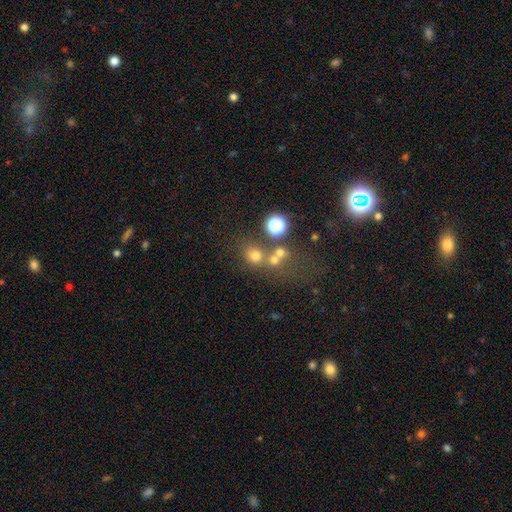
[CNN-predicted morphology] The model was most divided on "merging": none: 49%, merger: 34%, minor disturbance: 9%, major disturbance: 7%. More confident: how rounded — round (78%); smooth or featured — smooth (62%).